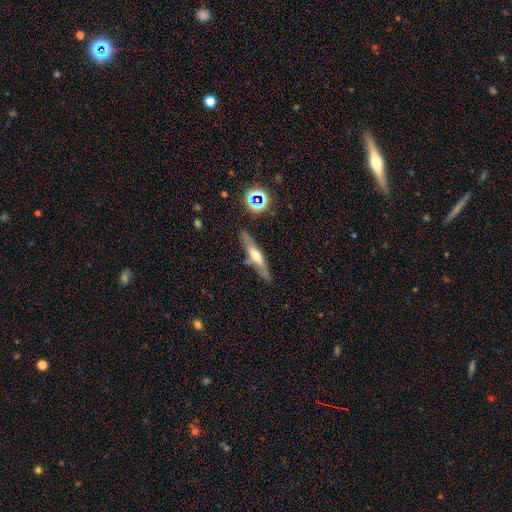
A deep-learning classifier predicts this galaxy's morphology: Q: Smooth or featured?
A: featured or disk (57%); runner-up: smooth (33%)
Q: Edge-on disk?
A: yes (86%); runner-up: no (14%)
Q: Merging?
A: none (75%); runner-up: minor disturbance (17%)